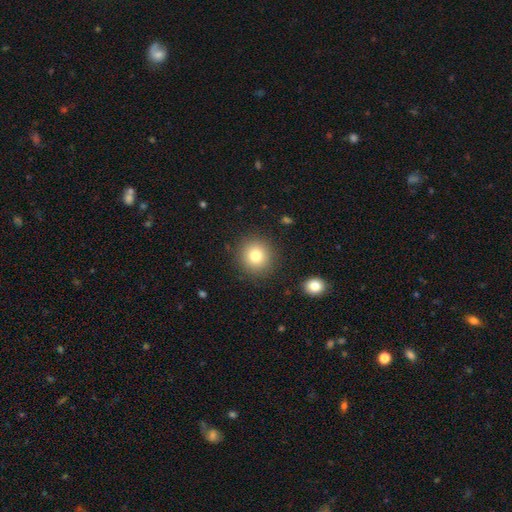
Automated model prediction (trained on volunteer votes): Smooth or featured: smooth — 78% (star or artifact — 12%)
How rounded: round — 91% (in between — 8%)
Merging: none — 89% (minor disturbance — 7%)